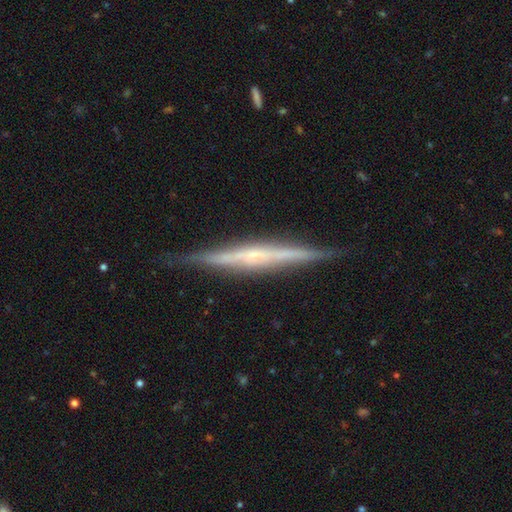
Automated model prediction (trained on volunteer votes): Morphology: type=featured or disk (78%); edge-on=yes (98%); edge-on bulge=none (47%); merging=none (88%).